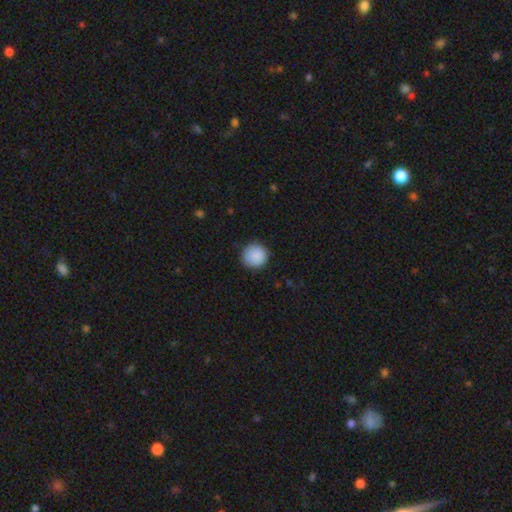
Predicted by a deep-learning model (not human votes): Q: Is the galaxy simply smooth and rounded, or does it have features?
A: smooth — 89%.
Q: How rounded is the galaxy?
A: round — 95%.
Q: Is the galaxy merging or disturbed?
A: none — 89%.